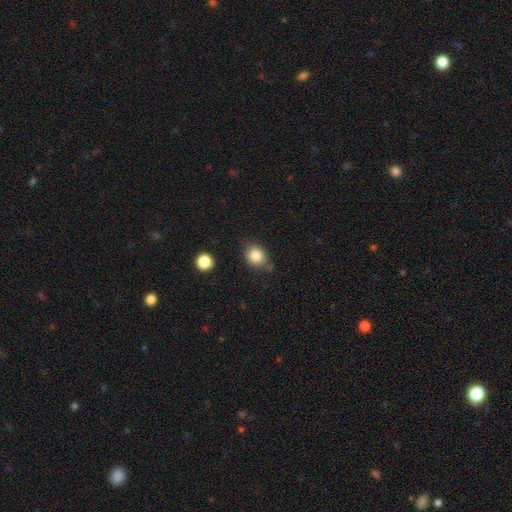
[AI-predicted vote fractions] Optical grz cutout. It shows a smooth galaxy with no disk features (84%) that is round (52%). Merging: none (70%).